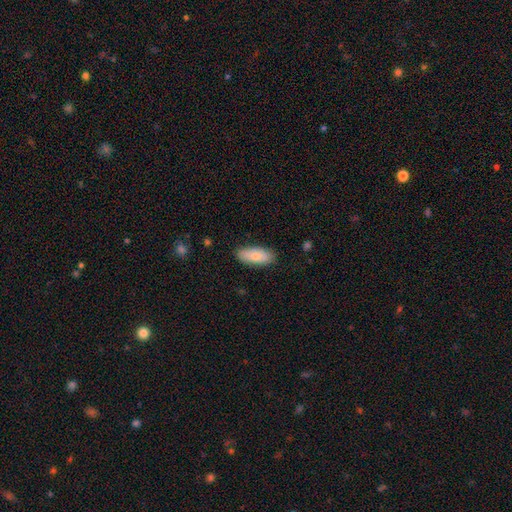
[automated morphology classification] This appears to be a smooth galaxy with no disk features (79%) that is in between round and cigar-shaped (82%). Merging: none (85%).